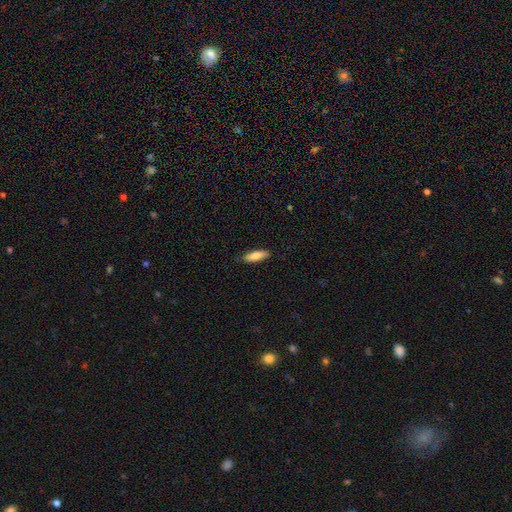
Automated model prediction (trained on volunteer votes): A smooth galaxy with no disk features (81%) that is in between round and cigar-shaped (49%, tied with cigar-shaped).

Vote fractions:
- Smooth or featured? smooth: 81% / featured or disk: 13% / star or artifact: 6%
- How rounded? in between: 49% (tied) / cigar-shaped: 49% (tied) / round: 2%
- Merging? none: 86% / minor disturbance: 11% / major disturbance: 2% / merger: 1%